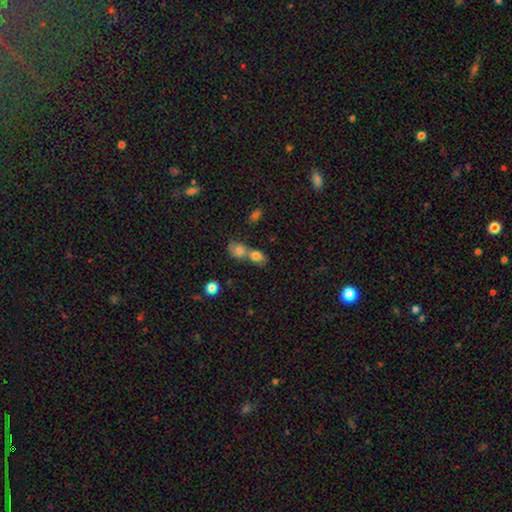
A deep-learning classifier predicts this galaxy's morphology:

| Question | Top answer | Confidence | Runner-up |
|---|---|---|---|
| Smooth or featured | smooth | 77% | featured or disk (13%) |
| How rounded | in between | 64% | round (33%) |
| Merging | merger | 69% | none (22%) |